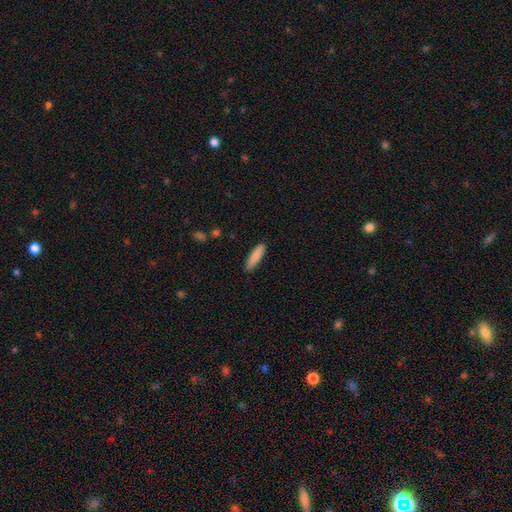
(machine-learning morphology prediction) type=smooth (87%); roundness=cigar-shaped (73%); merging=none (87%).